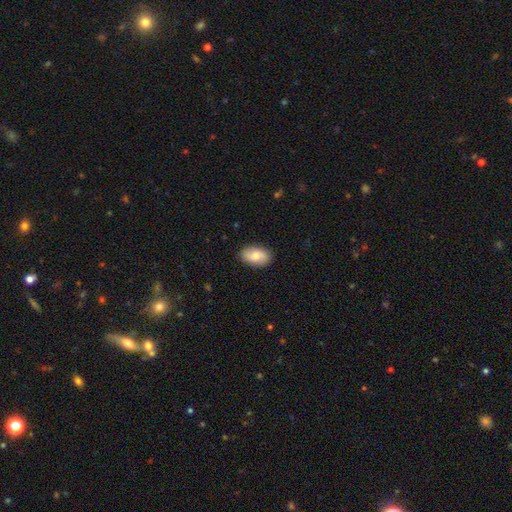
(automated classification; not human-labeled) Smooth or featured? smooth (77%)
How rounded? in between (92%)
Merging? none (87%)